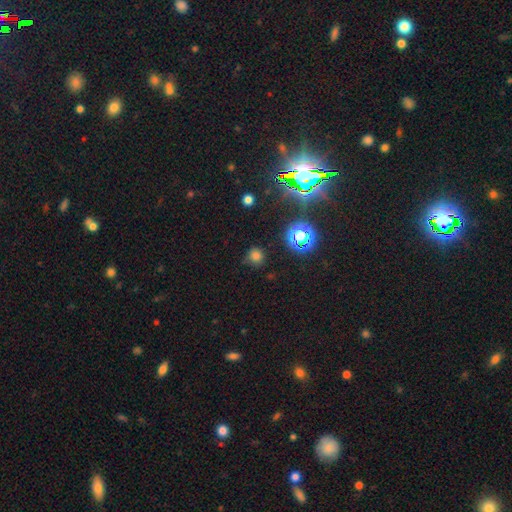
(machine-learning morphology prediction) Q: Smooth or featured?
A: smooth (69%); runner-up: star or artifact (25%)
Q: How rounded?
A: round (87%); runner-up: in between (12%)
Q: Merging?
A: none (76%); runner-up: minor disturbance (17%)